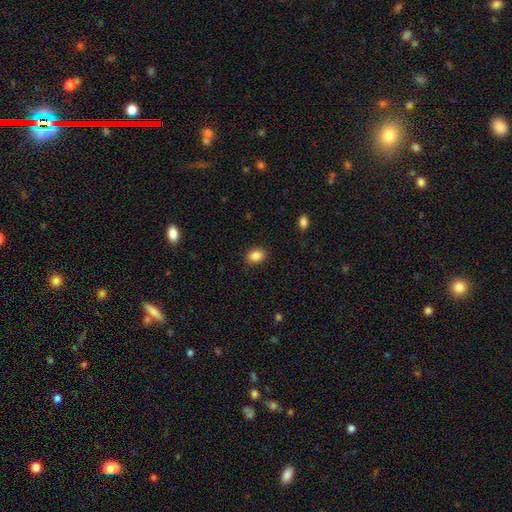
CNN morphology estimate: A smooth galaxy with no disk features (87%) that is in between round and cigar-shaped (70%).

Vote fractions:
- Smooth or featured? smooth: 87% / star or artifact: 9% / featured or disk: 4%
- How rounded? in between: 70% / round: 29% / cigar-shaped: 1%
- Merging? none: 87% / minor disturbance: 9% / major disturbance: 2% / merger: 1%